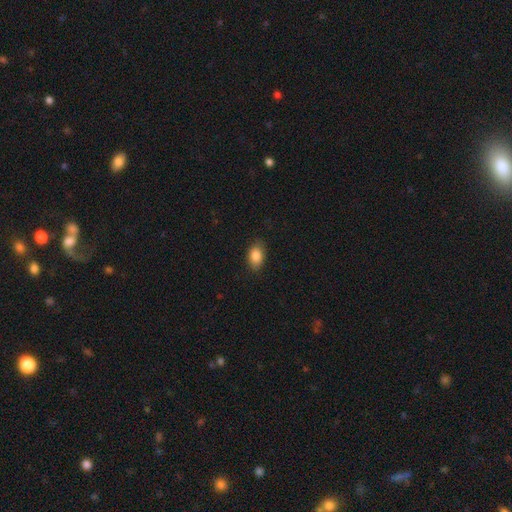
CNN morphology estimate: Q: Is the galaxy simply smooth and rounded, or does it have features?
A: smooth — 86%.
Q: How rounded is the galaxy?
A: in between — 88%.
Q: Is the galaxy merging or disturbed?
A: none — 83%.